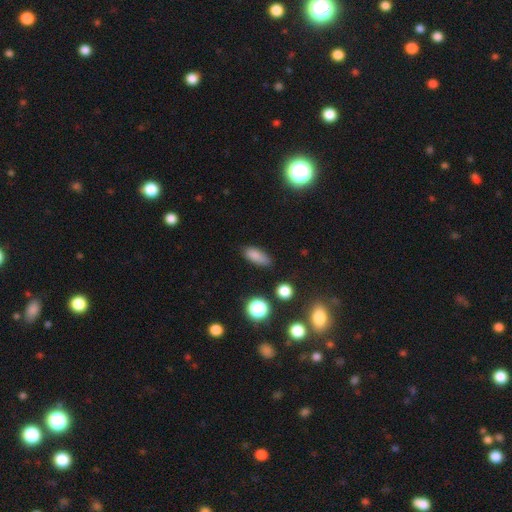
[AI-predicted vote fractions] A smooth galaxy with no disk features (83%) that is in between round and cigar-shaped (78%). Merging: none (78%).